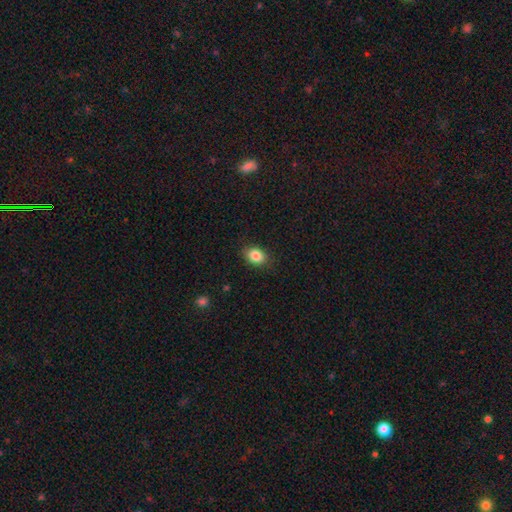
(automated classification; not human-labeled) The model was most divided on "how rounded": in between: 66%, round: 33%, cigar-shaped: 1%. More confident: merging — none (86%); smooth or featured — smooth (85%).